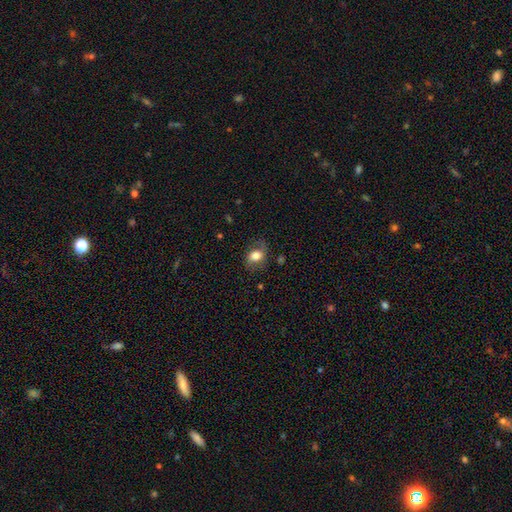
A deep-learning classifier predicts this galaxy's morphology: The model was most divided on "how rounded": in between: 67%, round: 32%, cigar-shaped: 1%. More confident: smooth or featured — smooth (69%); merging — none (66%).